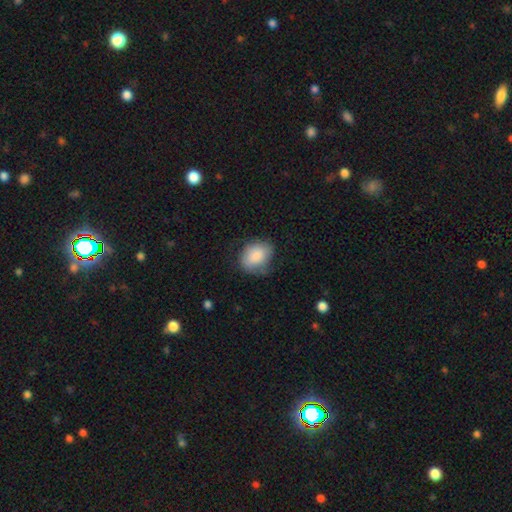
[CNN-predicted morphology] type=smooth (84%); roundness=in between (59%); merging=none (61%).